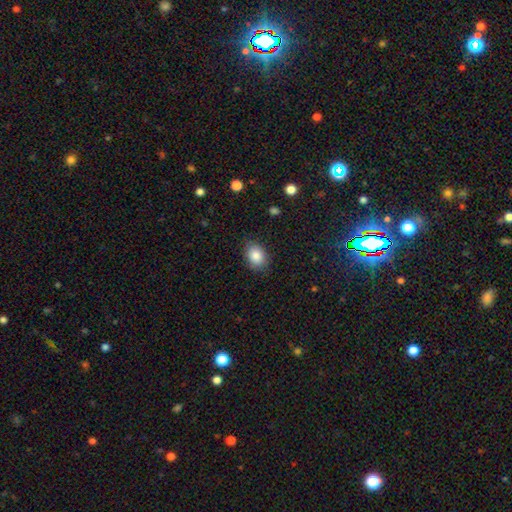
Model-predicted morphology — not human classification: This appears to be a smooth galaxy with no disk features (85%) that is in between round and cigar-shaped (61%). Merging: none (81%).